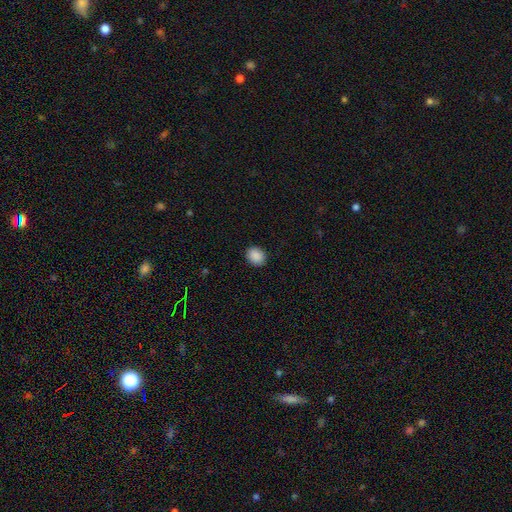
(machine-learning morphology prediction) smooth 89%, star or artifact 8%, featured or disk 2%. Down the decision tree: how rounded — round (57%); merging — none (90%).